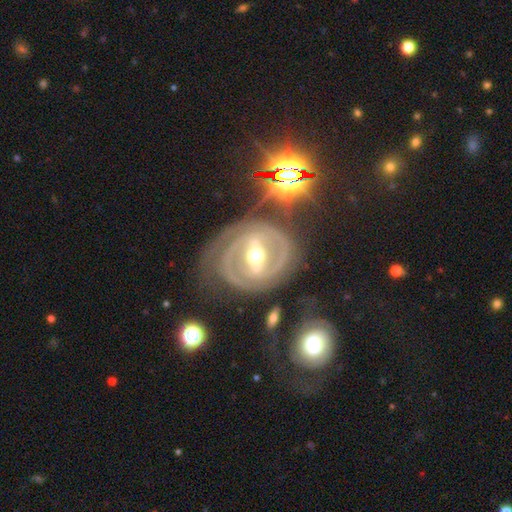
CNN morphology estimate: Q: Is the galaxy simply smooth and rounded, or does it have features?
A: featured or disk — 87%.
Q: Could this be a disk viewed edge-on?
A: no — 96%.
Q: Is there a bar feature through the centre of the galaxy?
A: strong — 66%.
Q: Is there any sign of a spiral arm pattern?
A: yes — 88%.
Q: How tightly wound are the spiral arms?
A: tight — 60%.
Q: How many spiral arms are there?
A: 2 — 71%.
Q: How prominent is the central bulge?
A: moderate — 67%.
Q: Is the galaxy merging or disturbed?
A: none — 70%.